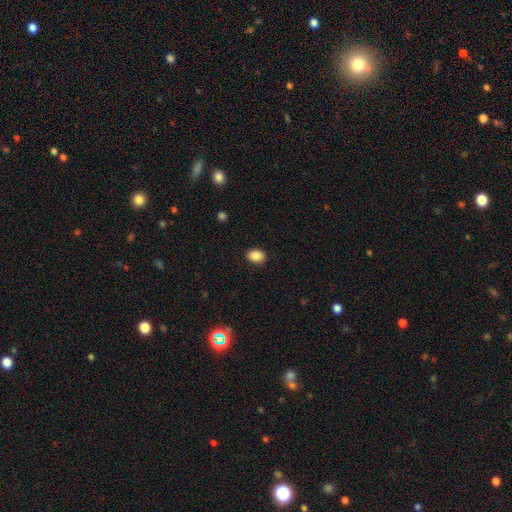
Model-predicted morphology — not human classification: This is clearly a smooth galaxy (88%). How rounded: likely in between (70%). Merging: clearly none (88%).